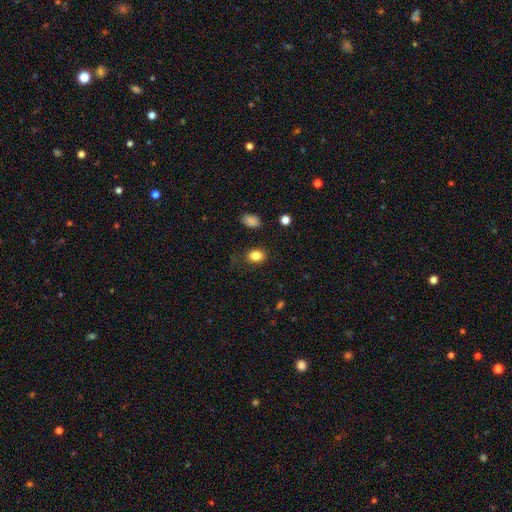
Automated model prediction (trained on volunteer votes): smooth_or_featured: smooth (p=0.84) [alt: star or artifact p=0.10]
how_rounded: in between (p=0.66) [alt: round p=0.32]
merging: none (p=0.81) [alt: minor disturbance p=0.13]